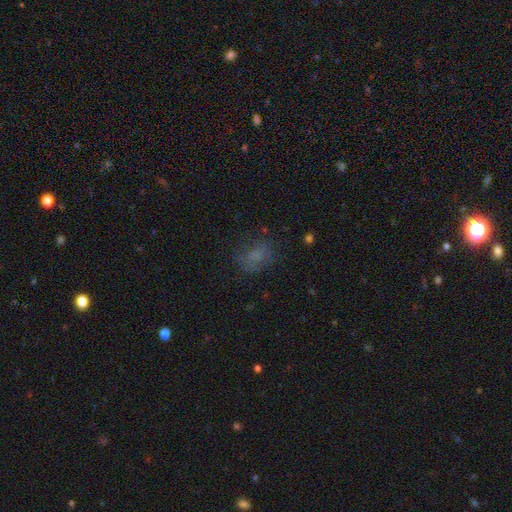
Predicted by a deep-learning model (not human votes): Overall: smooth (64%). How rounded: in between (64%; round 34%). Merging: none (64%).